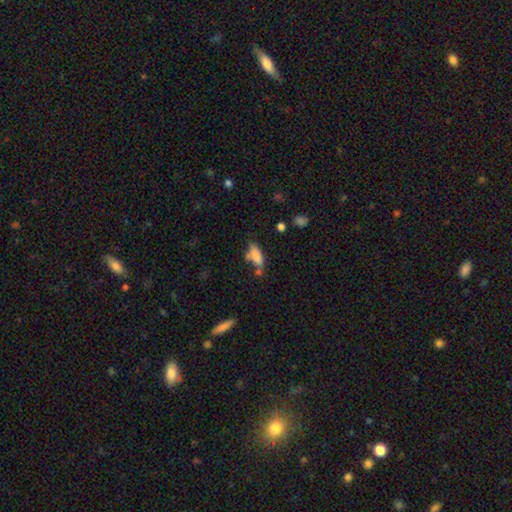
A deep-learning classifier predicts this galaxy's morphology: smooth_or_featured: smooth (p=0.76) [alt: featured or disk p=0.15]
how_rounded: in between (p=0.72) [alt: cigar-shaped p=0.25]
merging: none (p=0.46) [alt: minor disturbance p=0.25]